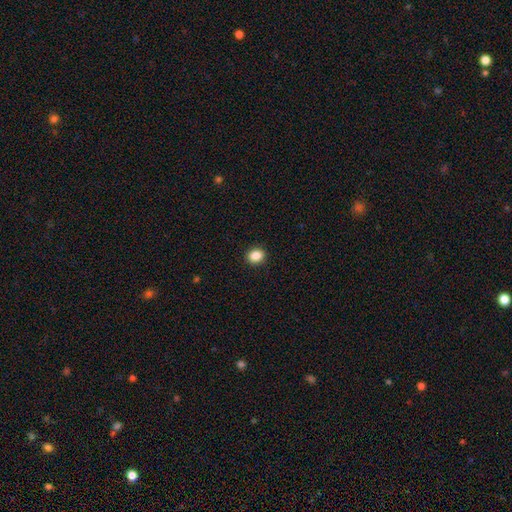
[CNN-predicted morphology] smooth-or-featured: smooth: 87% | star or artifact: 10% | featured or disk: 4%
  how-rounded: round: 68% | in between: 31% | cigar-shaped: 1%
  merging: none: 92% | minor disturbance: 5% | major disturbance: 2% | merger: 1%